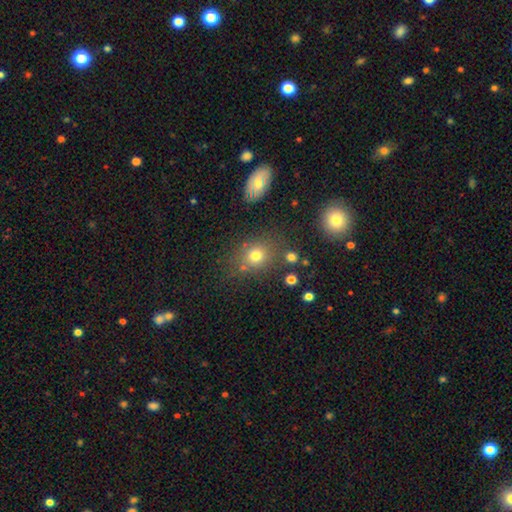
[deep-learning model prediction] smooth-or-featured: smooth: 73% | star or artifact: 17% | featured or disk: 11%
  how-rounded: round: 67% | in between: 32% | cigar-shaped: 1%
  merging: none: 72% | minor disturbance: 13% | merger: 9% | major disturbance: 6%